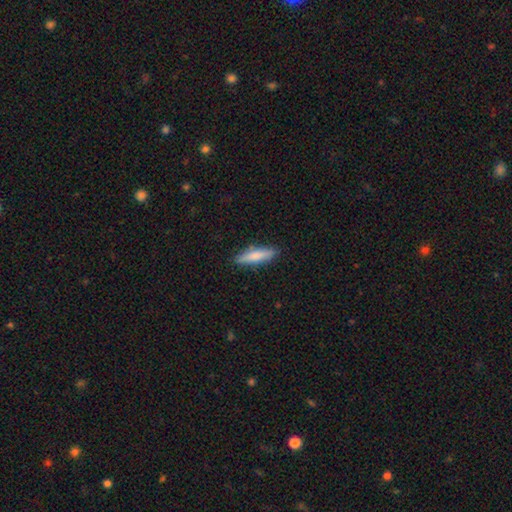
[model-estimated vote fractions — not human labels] Smooth or featured? Predicted: smooth (p=0.75). How rounded? Predicted: cigar-shaped (p=0.75). Merging? Predicted: none (p=0.87).